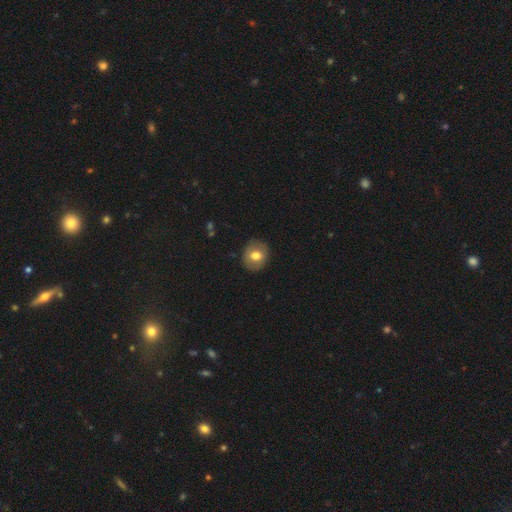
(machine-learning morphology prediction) Q: Smooth or featured?
A: smooth (70%); runner-up: featured or disk (22%)
Q: How rounded?
A: round (73%); runner-up: in between (26%)
Q: Merging?
A: none (86%); runner-up: minor disturbance (10%)